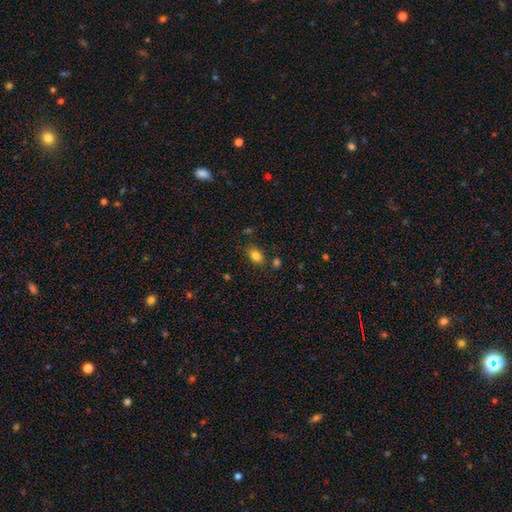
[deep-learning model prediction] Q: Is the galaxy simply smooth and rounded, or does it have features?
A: smooth — 82%.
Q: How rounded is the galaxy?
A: in between — 76%.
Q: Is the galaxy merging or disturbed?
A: none — 78%.